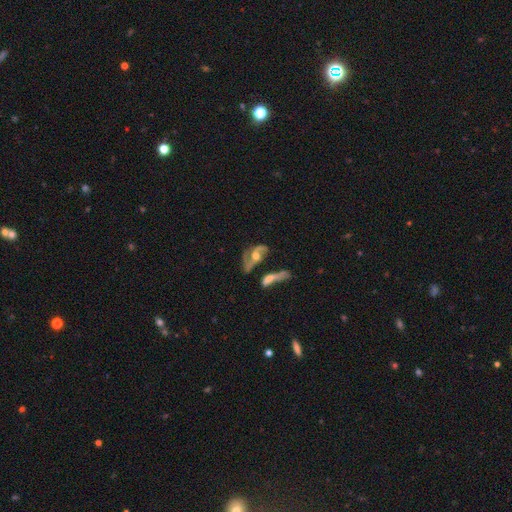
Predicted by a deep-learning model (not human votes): Smooth or featured?
  - featured or disk: 74% *
  - smooth: 19%
  - star or artifact: 7%
Edge-on disk?
  - no: 90% *
  - yes: 10%
Bar?
  - no: 63% *
  - weak: 27%
  - strong: 10%
Spiral arms?
  - yes: 79% *
  - no: 21%
Spiral winding?
  - loose: 49% *
  - medium: 37%
  - tight: 14%
Spiral arm count?
  - 2: 76% *
  - can't tell: 10%
  - 1: 9%
  - 3: 2%
  - 4: 1%
  - more than 4: 1%
Bulge size?
  - moderate: 64% *
  - small: 16%
  - large: 15%
  - none: 4%
  - dominant: 2%
Merging?
  - none: 31% *
  - major disturbance: 27%
  - merger: 24%
  - minor disturbance: 18%